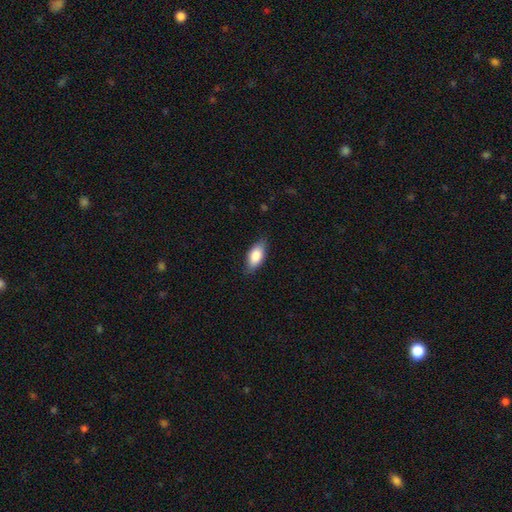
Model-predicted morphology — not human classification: smooth-or-featured: smooth: 82% | featured or disk: 12% | star or artifact: 6%
  how-rounded: in between: 87% | cigar-shaped: 10% | round: 3%
  merging: none: 82% | minor disturbance: 15% | major disturbance: 3% | merger: 1%